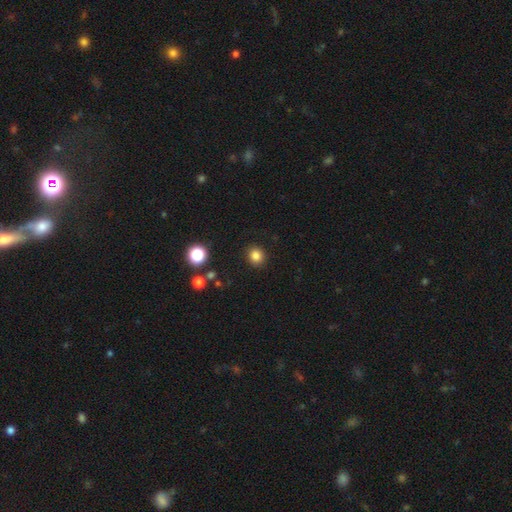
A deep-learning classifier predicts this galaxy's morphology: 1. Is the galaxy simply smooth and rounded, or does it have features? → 84% smooth, 12% star or artifact, 4% featured or disk.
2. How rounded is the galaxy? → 86% round, 13% in between, 1% cigar-shaped.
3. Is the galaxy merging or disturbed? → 91% none, 6% minor disturbance, 2% major disturbance, 1% merger.